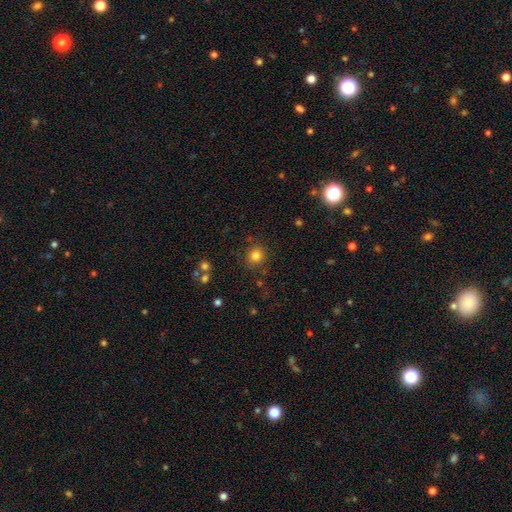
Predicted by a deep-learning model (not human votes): Smooth or featured?
  - smooth: 81% *
  - star or artifact: 13%
  - featured or disk: 6%
How rounded?
  - round: 89% *
  - in between: 10%
  - cigar-shaped: 1%
Merging?
  - none: 84% *
  - minor disturbance: 10%
  - major disturbance: 4%
  - merger: 3%